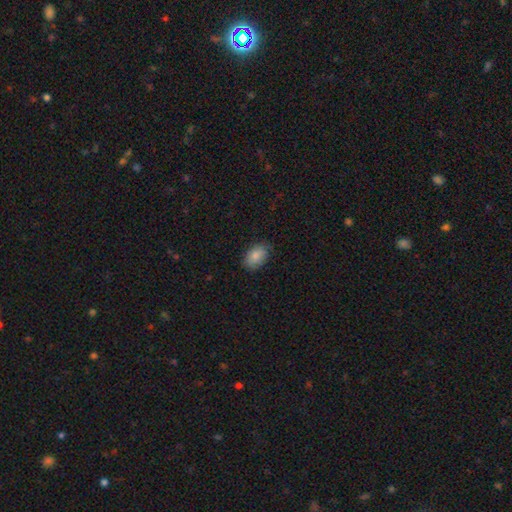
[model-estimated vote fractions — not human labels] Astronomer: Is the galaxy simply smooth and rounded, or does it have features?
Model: smooth — 85%.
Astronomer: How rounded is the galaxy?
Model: in between — 88%.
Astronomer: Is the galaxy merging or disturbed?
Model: none — 82%.